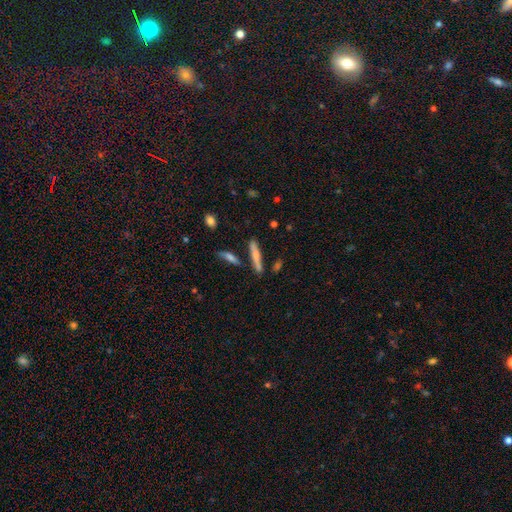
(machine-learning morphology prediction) A smooth galaxy with no disk features (57%) that is cigar-shaped (91%).

Vote fractions:
- Smooth or featured? smooth: 57% / featured or disk: 36% / star or artifact: 7%
- How rounded? cigar-shaped: 91% / in between: 7% / round: 2%
- Merging? none: 78% / minor disturbance: 11% / merger: 8% / major disturbance: 3%